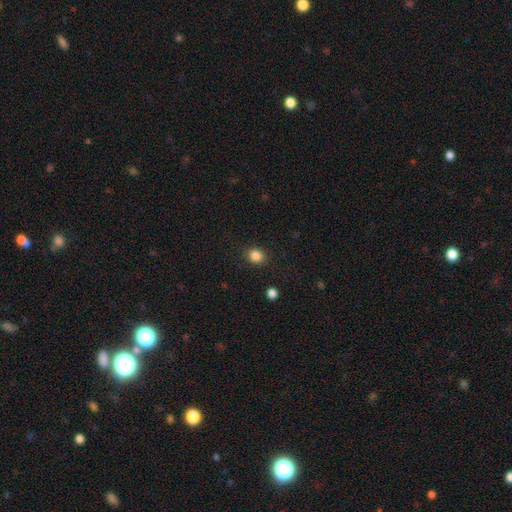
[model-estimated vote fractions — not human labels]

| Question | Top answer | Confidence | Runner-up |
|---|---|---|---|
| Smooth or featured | smooth | 86% | star or artifact (11%) |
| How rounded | round | 72% | in between (27%) |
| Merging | none | 88% | minor disturbance (8%) |